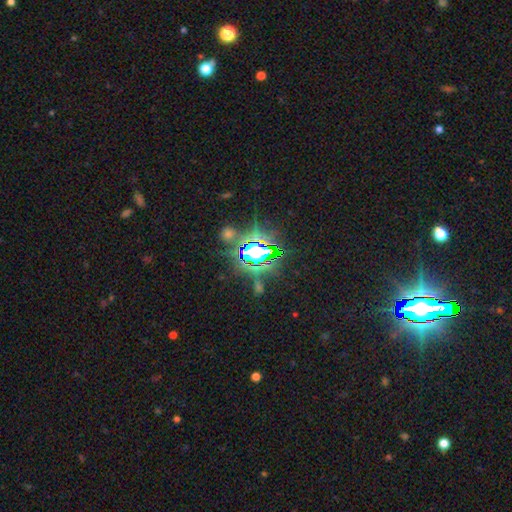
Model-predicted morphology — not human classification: A star or artifact, not a galaxy (85%).